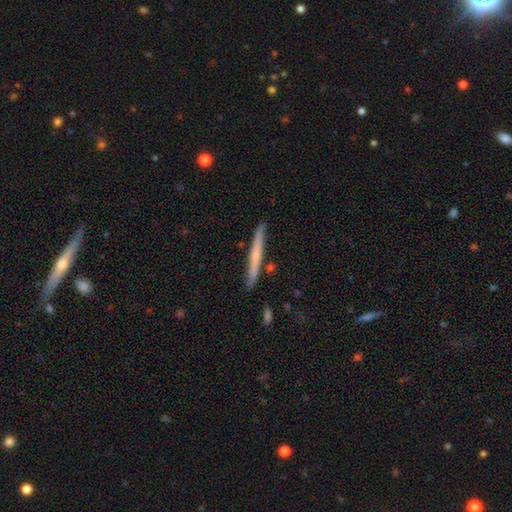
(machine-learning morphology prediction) featured or disk 53%, smooth 41%, star or artifact 6%. Down the decision tree: edge-on disk — yes (97%); edge-on bulge — none (50%); merging — none (87%).